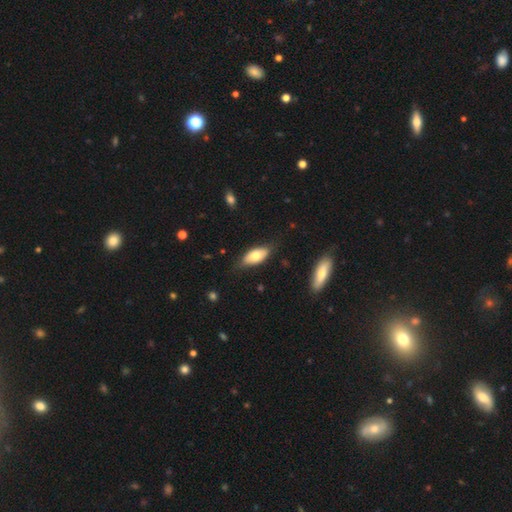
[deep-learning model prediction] smooth_or_featured: smooth (p=0.72) [alt: featured or disk p=0.22]
how_rounded: in between (p=0.89) [alt: cigar-shaped p=0.08]
merging: none (p=0.77) [alt: minor disturbance p=0.18]